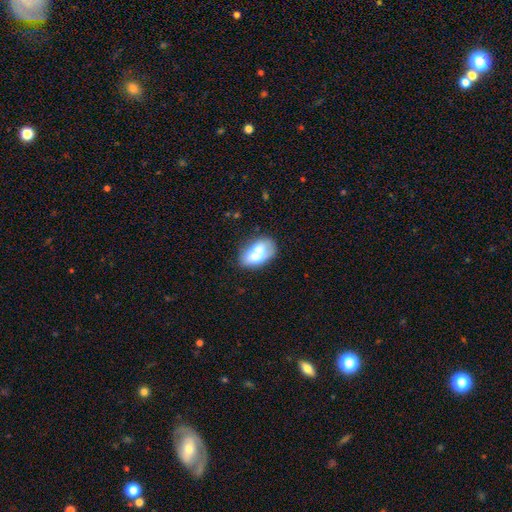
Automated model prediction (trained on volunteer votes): A smooth galaxy with no disk features (65%) that is in between round and cigar-shaped (88%).

Vote fractions:
- Smooth or featured? smooth: 65% / featured or disk: 27% / star or artifact: 8%
- How rounded? in between: 88% / round: 10% / cigar-shaped: 2%
- Merging? none: 36% (tied) / merger: 36% (tied) / minor disturbance: 19% / major disturbance: 9%